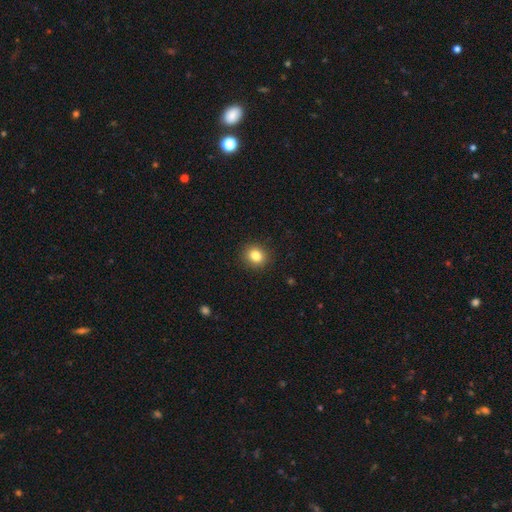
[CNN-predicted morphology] The model was most divided on "how rounded": round: 77%, in between: 23%, cigar-shaped: 1%. More confident: merging — none (90%); smooth or featured — smooth (83%).